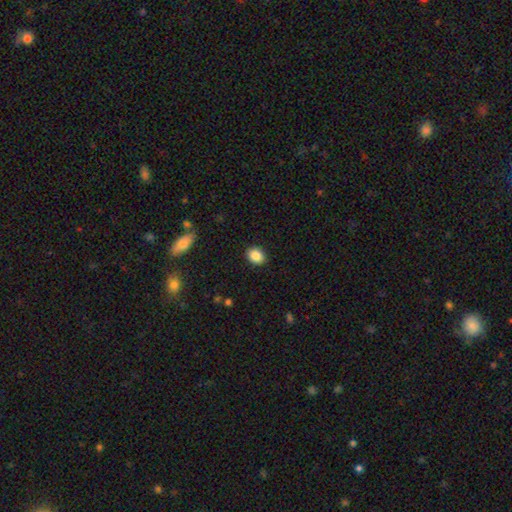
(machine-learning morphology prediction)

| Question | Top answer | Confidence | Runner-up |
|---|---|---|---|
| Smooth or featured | smooth | 87% | star or artifact (8%) |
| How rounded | in between | 54% | round (45%) |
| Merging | none | 90% | minor disturbance (7%) |